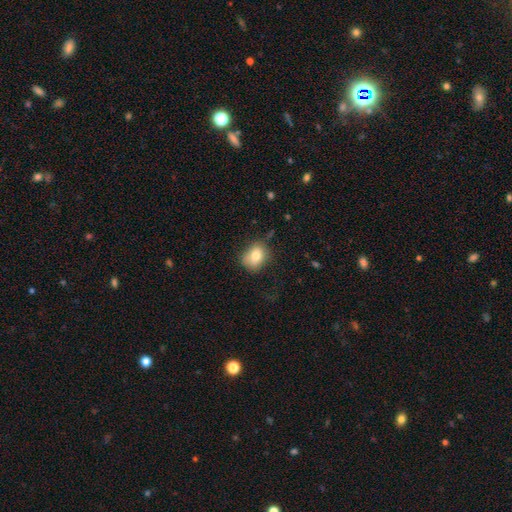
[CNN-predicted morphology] smooth_or_featured: smooth (p=0.79) [alt: featured or disk p=0.11]
how_rounded: in between (p=0.51) [alt: round p=0.48]
merging: none (p=0.67) [alt: minor disturbance p=0.24]